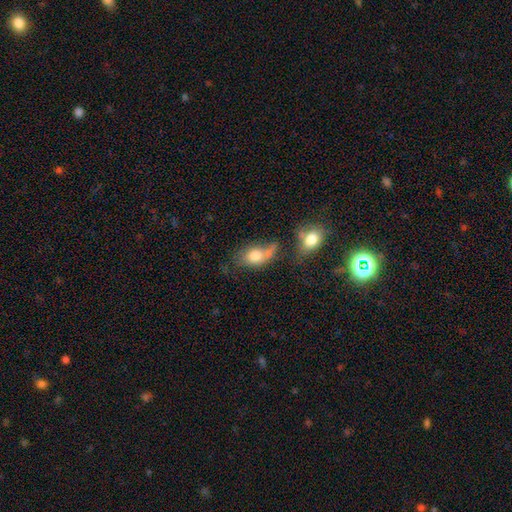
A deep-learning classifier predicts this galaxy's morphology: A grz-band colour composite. It shows a smooth galaxy with no disk features (72%) that is in between round and cigar-shaped (79%). Merging: none (31%).